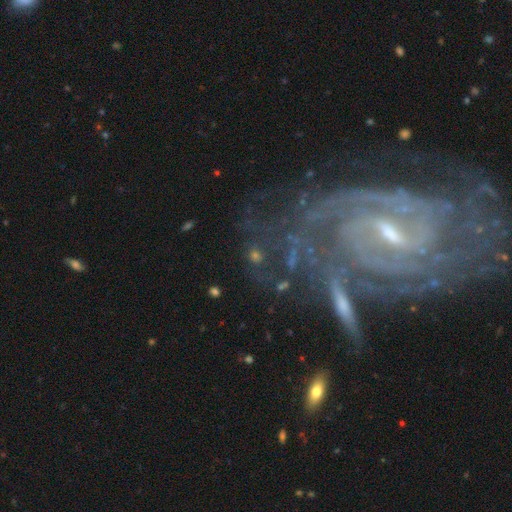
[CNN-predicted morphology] Smooth or featured?
  - featured or disk: 48% *
  - star or artifact: 26%
  - smooth: 26%
Merging?
  - none: 67% *
  - minor disturbance: 15%
  - major disturbance: 12%
  - merger: 7%